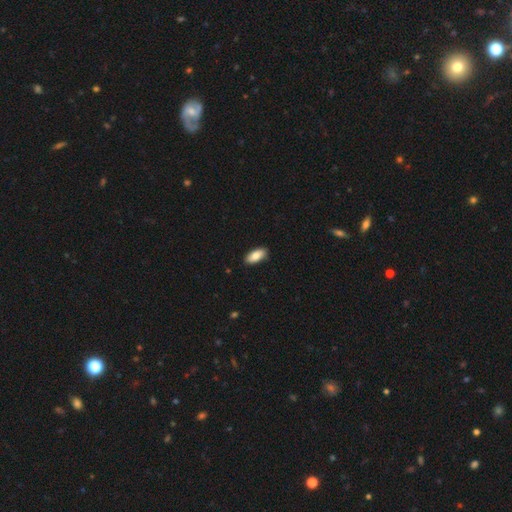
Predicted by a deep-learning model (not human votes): Smooth or featured? Predicted: smooth (p=0.85). How rounded? Predicted: in between (p=0.89). Merging? Predicted: none (p=0.88).